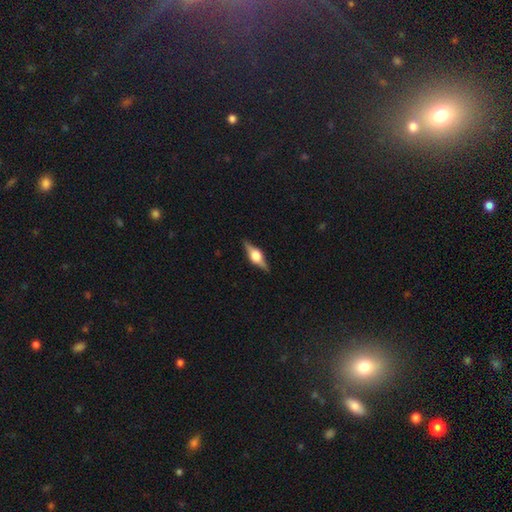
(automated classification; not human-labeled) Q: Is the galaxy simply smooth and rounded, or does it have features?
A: featured or disk — 77%.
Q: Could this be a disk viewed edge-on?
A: yes — 97%.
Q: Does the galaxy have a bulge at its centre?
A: rounded — 90%.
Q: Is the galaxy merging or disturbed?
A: none — 89%.